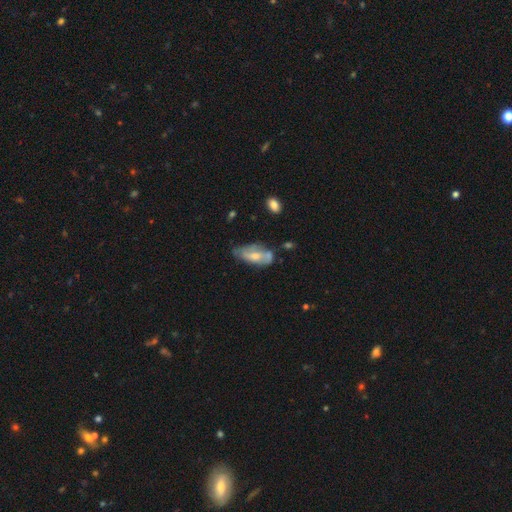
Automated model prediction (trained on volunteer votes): Q: Smooth or featured?
A: smooth (48%); runner-up: featured or disk (44%)
Q: Merging?
A: none (40%); runner-up: minor disturbance (33%)